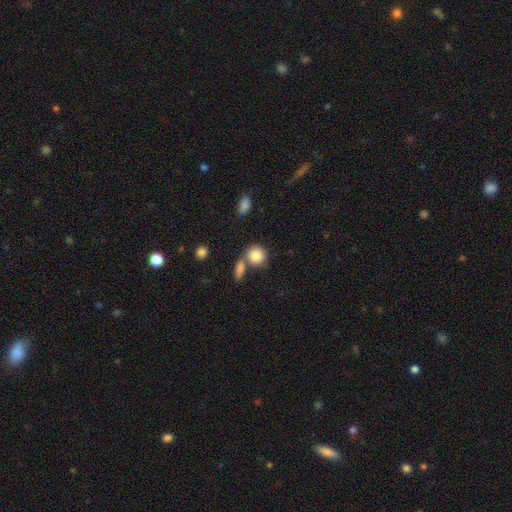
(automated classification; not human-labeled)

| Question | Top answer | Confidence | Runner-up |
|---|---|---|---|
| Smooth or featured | smooth | 86% | star or artifact (7%) |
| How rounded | round | 80% | in between (19%) |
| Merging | none | 54% | merger (32%) |